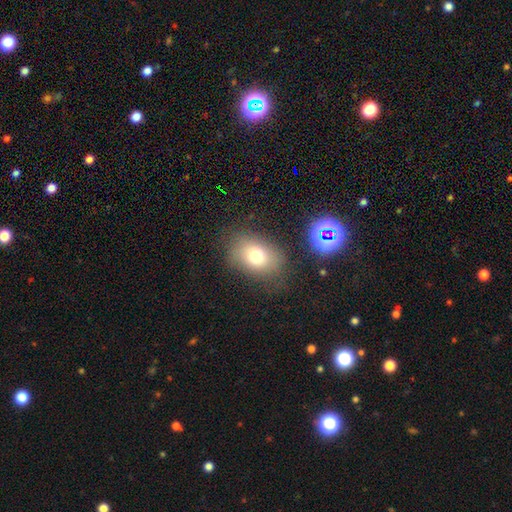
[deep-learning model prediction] Smooth or featured? Predicted: smooth (p=0.73). How rounded? Predicted: in between (p=0.70). Merging? Predicted: none (p=0.74).